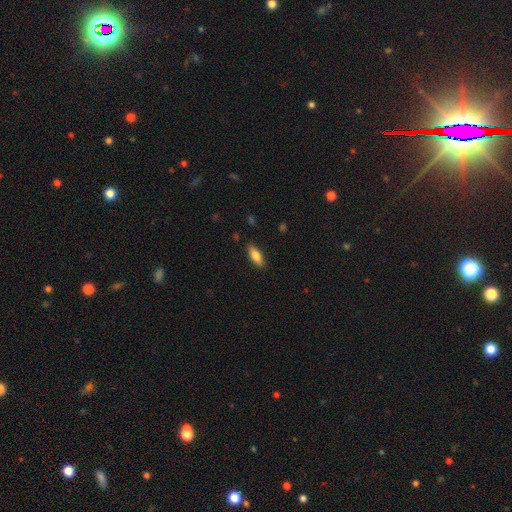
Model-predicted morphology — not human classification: smooth_or_featured: smooth (p=0.78) [alt: featured or disk p=0.15]
how_rounded: in between (p=0.73) [alt: cigar-shaped p=0.25]
merging: none (p=0.87) [alt: minor disturbance p=0.10]